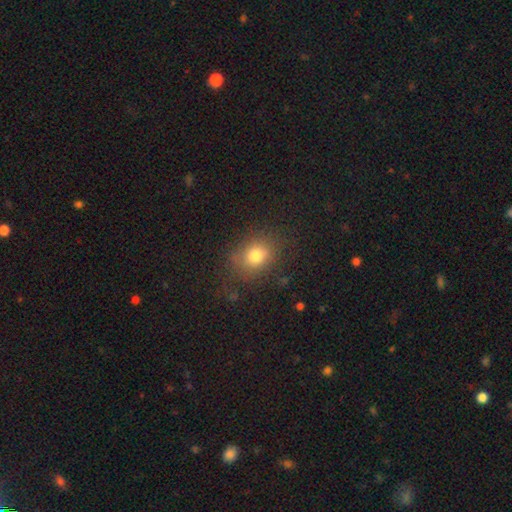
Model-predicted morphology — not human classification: Overall: smooth (76%). How rounded: round (53%; in between 46%). Merging: none (74%).